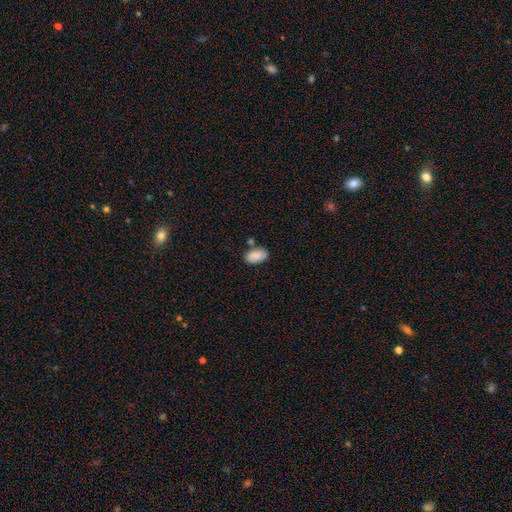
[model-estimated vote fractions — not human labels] Smooth or featured? smooth (87%)
How rounded? in between (94%)
Merging? none (72%)